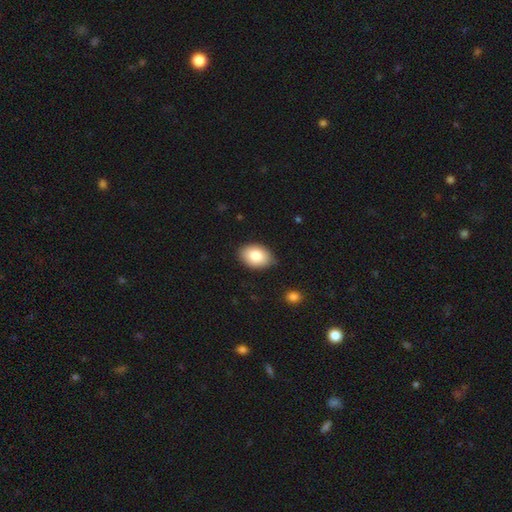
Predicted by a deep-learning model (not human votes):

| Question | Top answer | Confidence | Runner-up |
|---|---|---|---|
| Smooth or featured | smooth | 83% | featured or disk (10%) |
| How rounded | in between | 84% | round (15%) |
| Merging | none | 83% | minor disturbance (13%) |